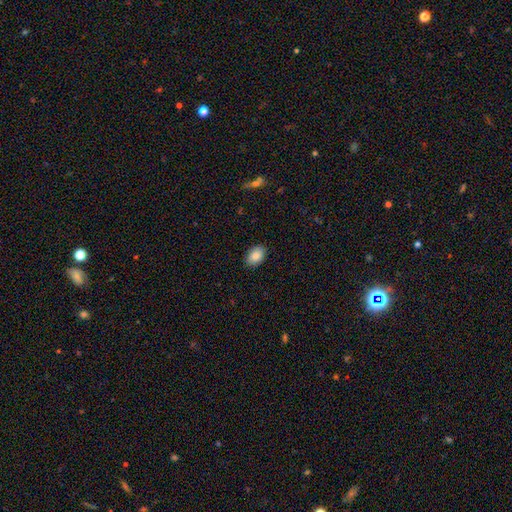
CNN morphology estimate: This is clearly a smooth galaxy (86%). How rounded: clearly in between (86%). Merging: clearly none (88%).